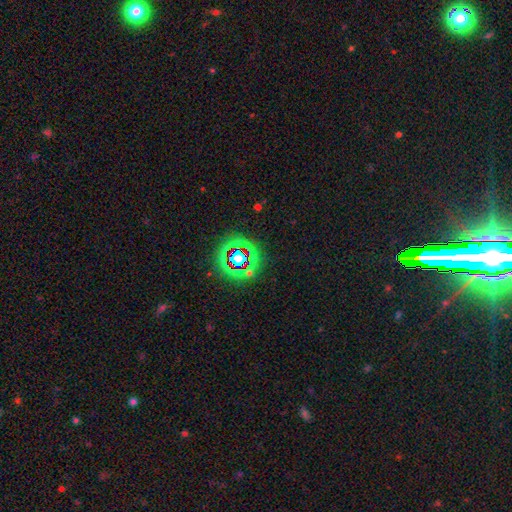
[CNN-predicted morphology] A star or artifact, not a galaxy (51%).